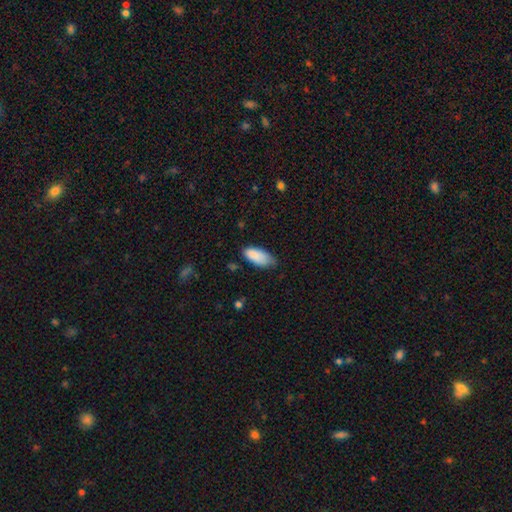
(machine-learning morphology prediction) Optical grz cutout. It shows a smooth galaxy with no disk features (88%) that is in between round and cigar-shaped (89%). Merging: none (55%).